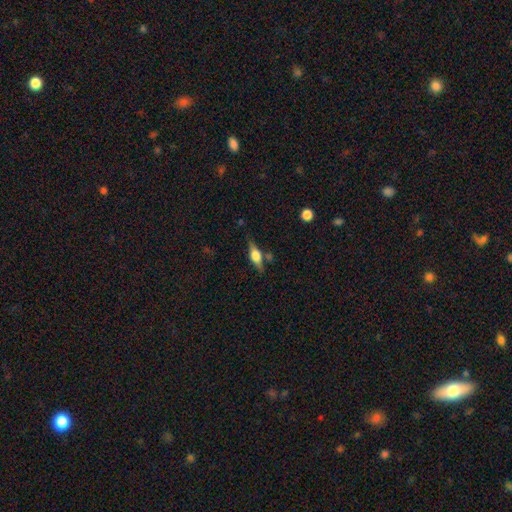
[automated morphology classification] featured or disk 53%, smooth 39%, star or artifact 8%. Down the decision tree: edge-on disk — yes (93%); merging — none (74%).